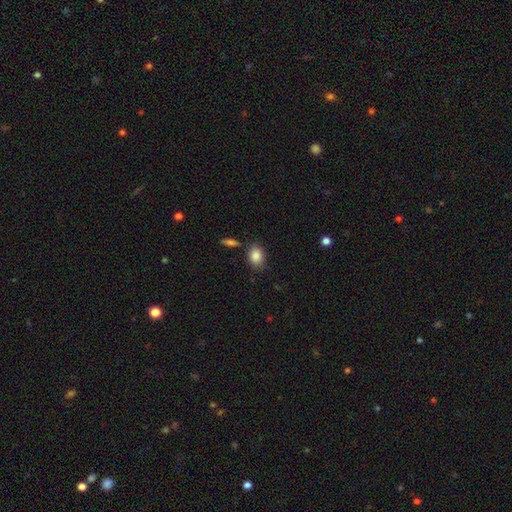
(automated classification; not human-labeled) The model was most divided on "how rounded": in between: 73%, round: 26%, cigar-shaped: 1%. More confident: smooth or featured — smooth (87%); merging — none (77%).